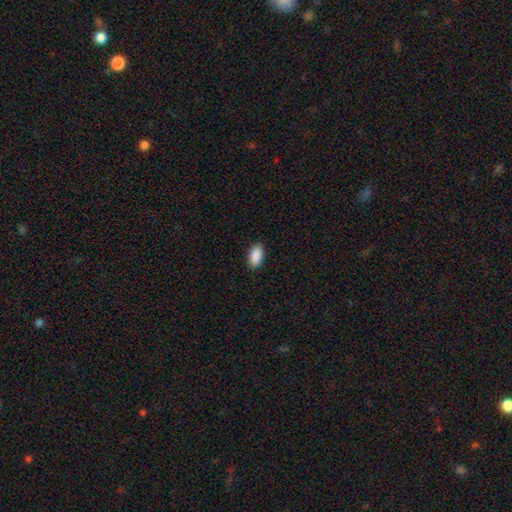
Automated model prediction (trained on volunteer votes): A smooth galaxy with no disk features (90%) that is in between round and cigar-shaped (94%).

Vote fractions:
- Smooth or featured? smooth: 90% / star or artifact: 7% / featured or disk: 3%
- How rounded? in between: 94% / round: 3% / cigar-shaped: 3%
- Merging? none: 88% / minor disturbance: 9% / major disturbance: 2% / merger: 1%